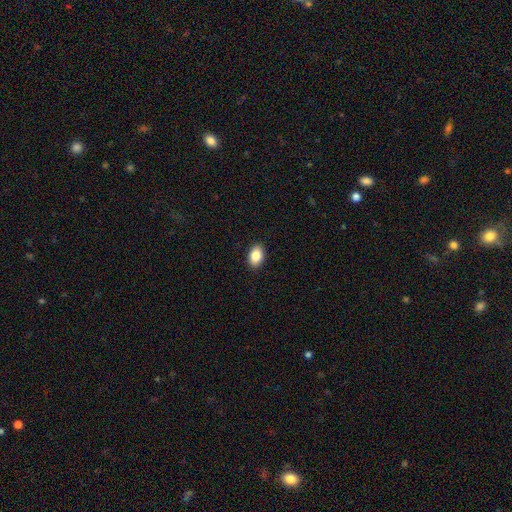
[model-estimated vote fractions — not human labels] This appears to be a smooth galaxy with no disk features (87%) that is in between round and cigar-shaped (87%). Merging: none (91%).